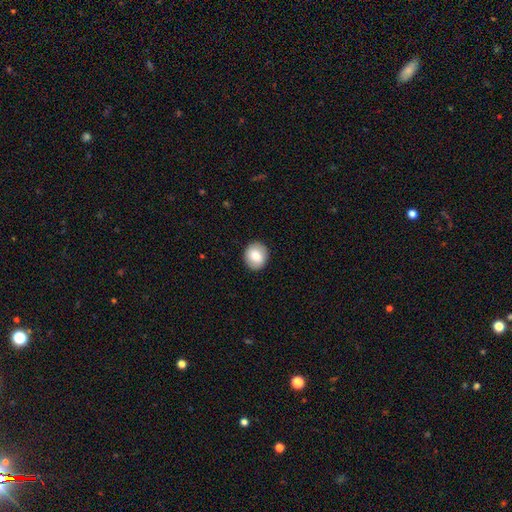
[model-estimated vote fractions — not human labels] Smooth or featured? smooth (79%)
How rounded? round (74%)
Merging? none (90%)